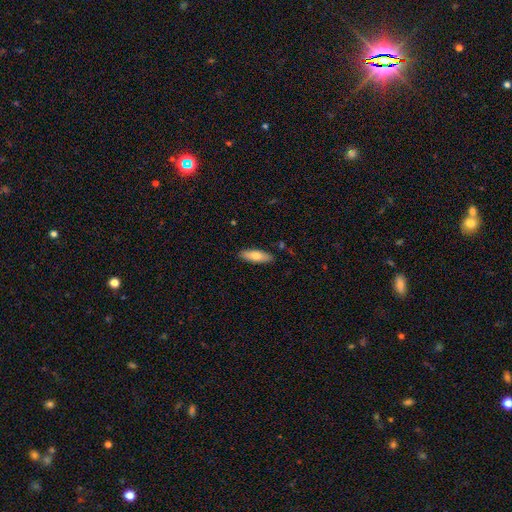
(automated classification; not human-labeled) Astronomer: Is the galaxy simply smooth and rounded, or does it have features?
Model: smooth — 73%.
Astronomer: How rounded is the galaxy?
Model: in between — 58% (runner-up: cigar-shaped, 40%).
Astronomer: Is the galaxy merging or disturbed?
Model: none — 88%.